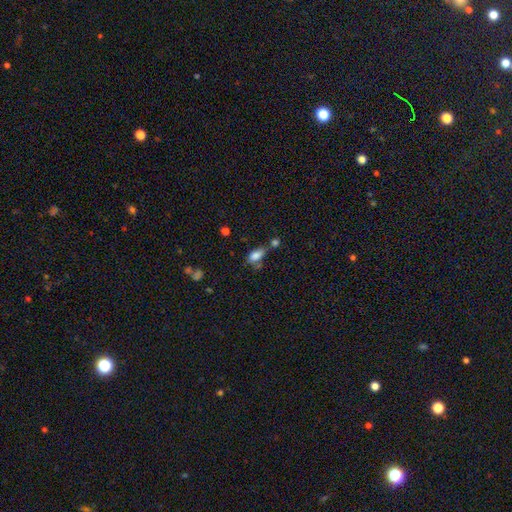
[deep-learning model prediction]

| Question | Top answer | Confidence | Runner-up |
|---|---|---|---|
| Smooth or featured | smooth | 81% | star or artifact (10%) |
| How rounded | in between | 87% | cigar-shaped (8%) |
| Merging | none | 47% | merger (23%) |